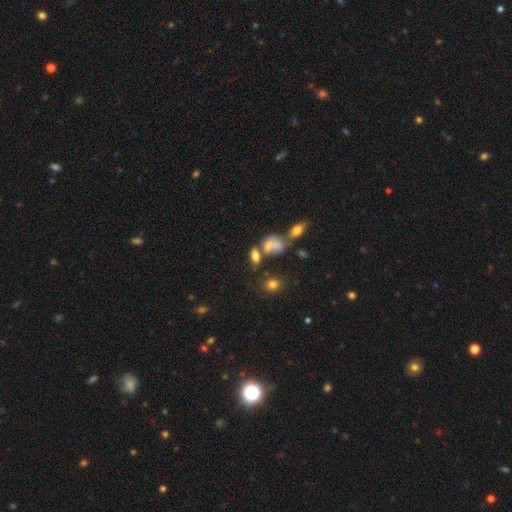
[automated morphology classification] This appears to be a smooth galaxy with no disk features (70%) that is in between round and cigar-shaped (80%). Merging: none (40%).